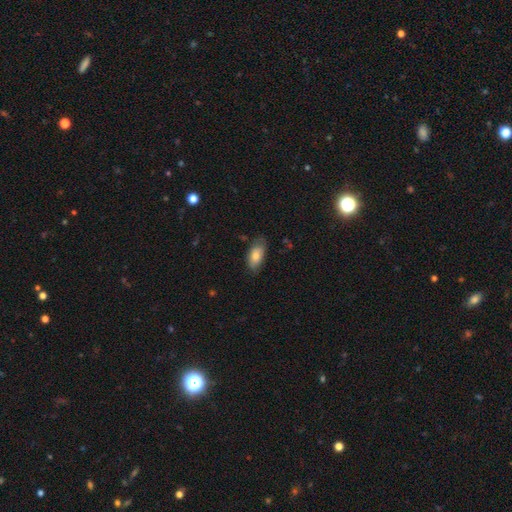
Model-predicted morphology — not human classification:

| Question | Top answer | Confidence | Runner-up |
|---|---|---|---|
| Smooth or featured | smooth | 79% | featured or disk (14%) |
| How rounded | in between | 91% | cigar-shaped (6%) |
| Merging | none | 71% | minor disturbance (23%) |